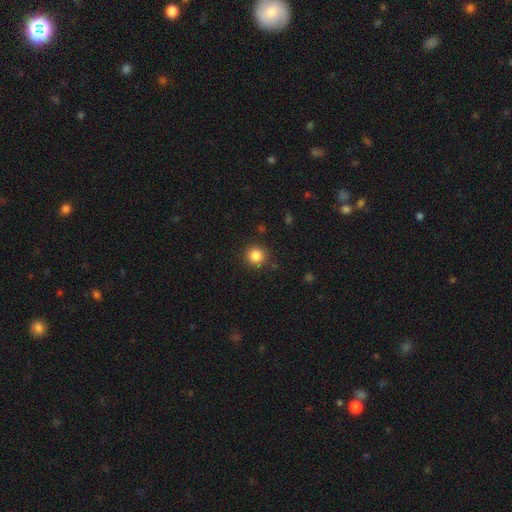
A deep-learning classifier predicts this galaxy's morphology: The model was most divided on "smooth or featured": smooth: 85%, star or artifact: 11%, featured or disk: 4%. More confident: how rounded — round (93%); merging — none (88%).